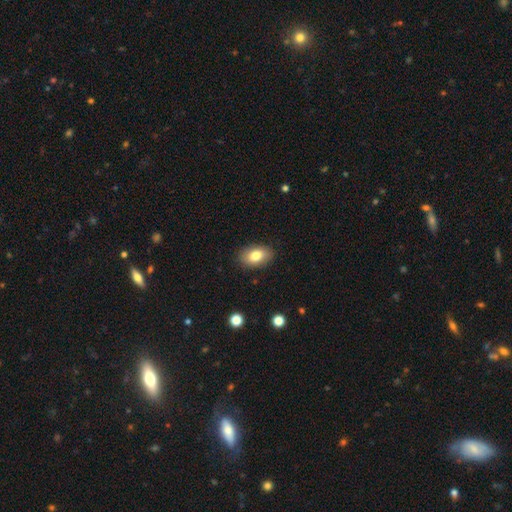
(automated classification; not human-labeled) smooth-or-featured: smooth: 80% | featured or disk: 12% | star or artifact: 8%
  how-rounded: in between: 90% | round: 9% | cigar-shaped: 2%
  merging: none: 87% | minor disturbance: 9% | major disturbance: 2% | merger: 1%